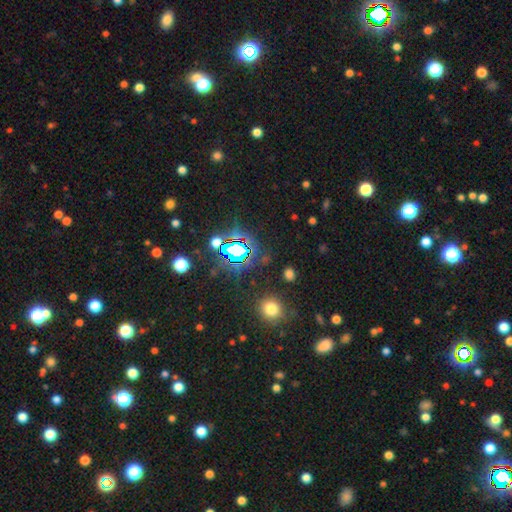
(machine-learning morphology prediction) A star or artifact, not a galaxy (72%).